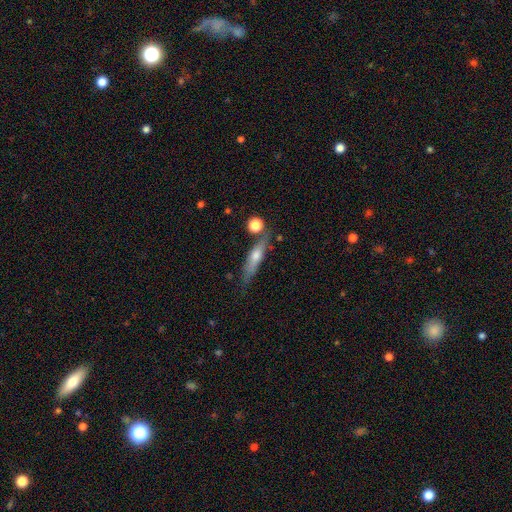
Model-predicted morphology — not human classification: Smooth or featured? featured or disk (46%, tied with smooth)
Merging? none (68%)